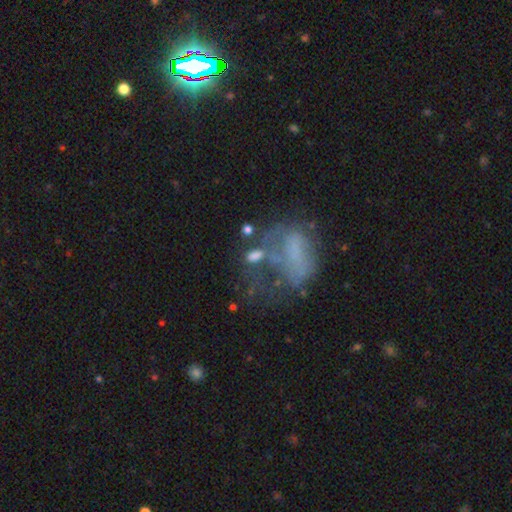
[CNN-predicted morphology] Overall: featured or disk (44%; smooth 38%). Merging: major disturbance (38%; none 27%).